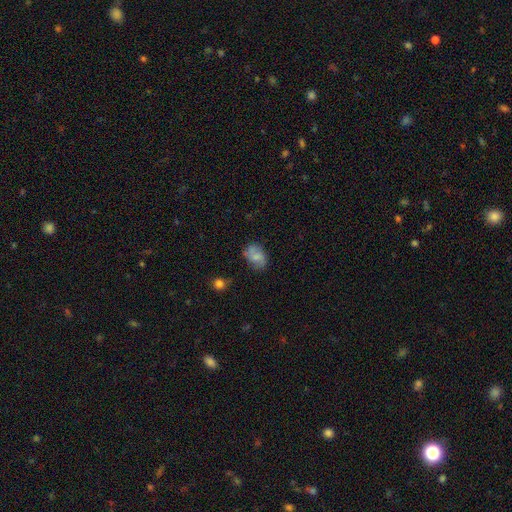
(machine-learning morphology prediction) The model was most divided on "merging": none: 63%, minor disturbance: 25%, major disturbance: 9%, merger: 4%. More confident: how rounded — in between (79%); smooth or featured — smooth (64%).